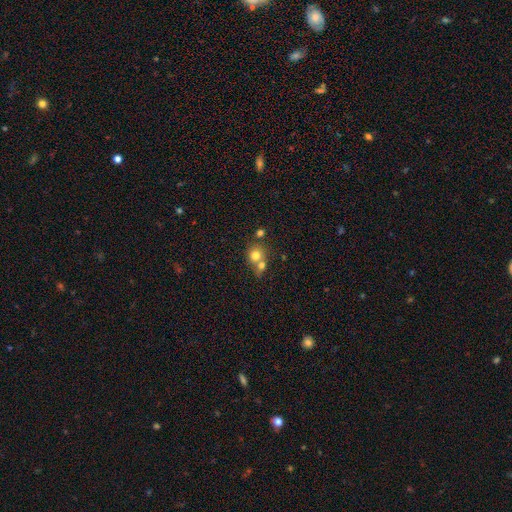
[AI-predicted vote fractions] smooth_or_featured: smooth (p=0.75) [alt: featured or disk p=0.14]
how_rounded: round (p=0.81) [alt: in between p=0.18]
merging: merger (p=0.51) [alt: none p=0.38]